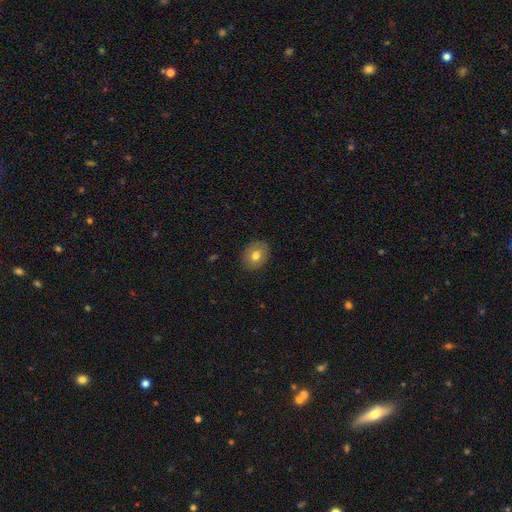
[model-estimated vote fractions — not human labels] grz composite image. It shows a smooth galaxy with no disk features (75%) that is round (55%). Merging: none (88%).